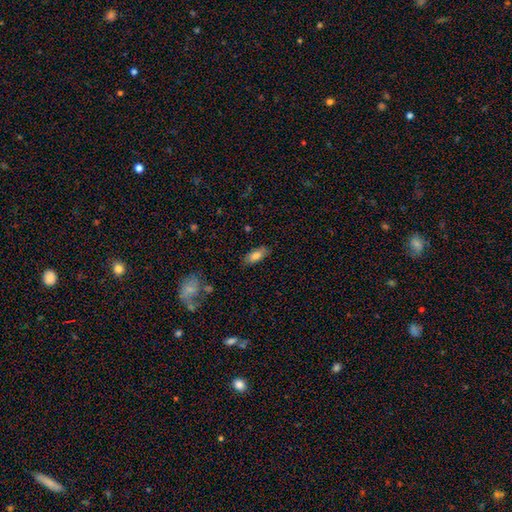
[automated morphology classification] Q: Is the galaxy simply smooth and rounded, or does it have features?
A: smooth — 80%.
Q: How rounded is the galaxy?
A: in between — 83%.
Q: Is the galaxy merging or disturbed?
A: none — 83%.